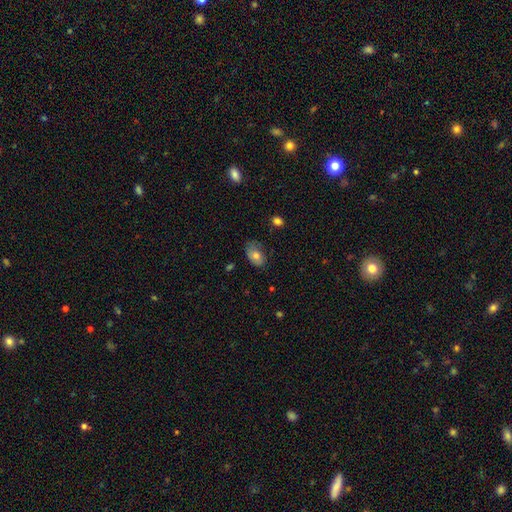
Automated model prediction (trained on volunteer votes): Morphology: type=smooth (72%); roundness=in between (88%); merging=none (61%).